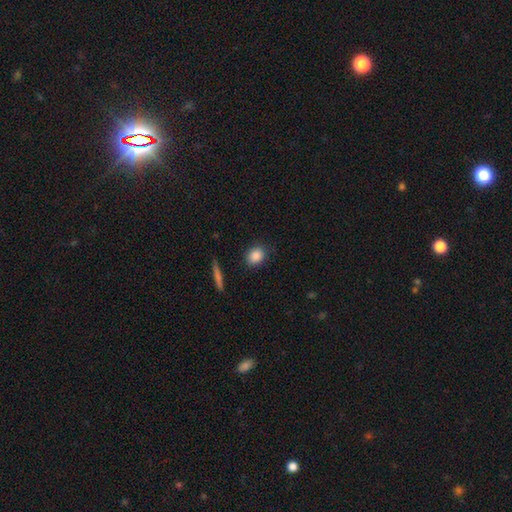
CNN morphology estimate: smooth 86%, star or artifact 8%, featured or disk 6%. Down the decision tree: how rounded — round (55%); merging — none (87%).